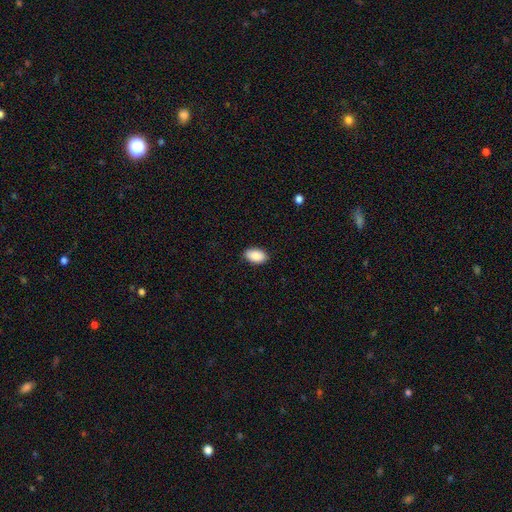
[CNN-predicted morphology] The model was most divided on "merging": none: 88%, minor disturbance: 9%, major disturbance: 2%, merger: 1%. More confident: how rounded — in between (93%); smooth or featured — smooth (89%).